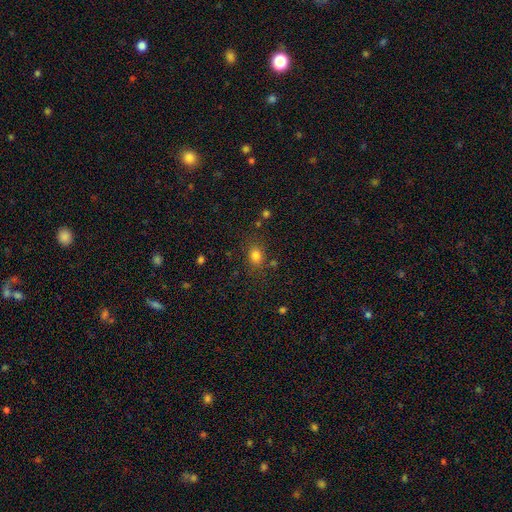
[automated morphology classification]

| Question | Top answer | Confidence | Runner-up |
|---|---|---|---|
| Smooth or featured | smooth | 80% | star or artifact (14%) |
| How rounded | in between | 52% | round (47%) |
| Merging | none | 78% | minor disturbance (13%) |